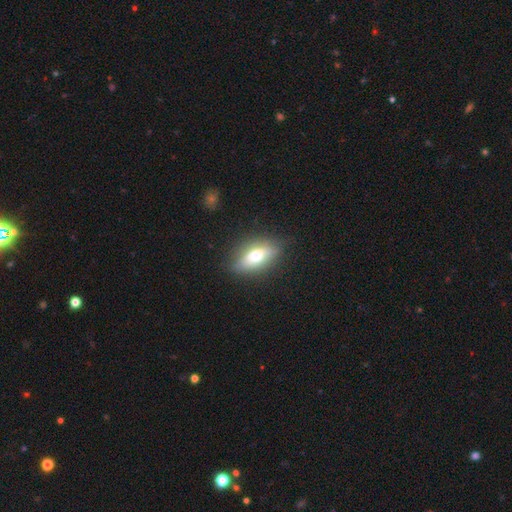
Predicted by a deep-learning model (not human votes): Smooth or featured? Predicted: smooth (p=0.62). How rounded? Predicted: in between (p=0.79). Merging? Predicted: none (p=0.79).